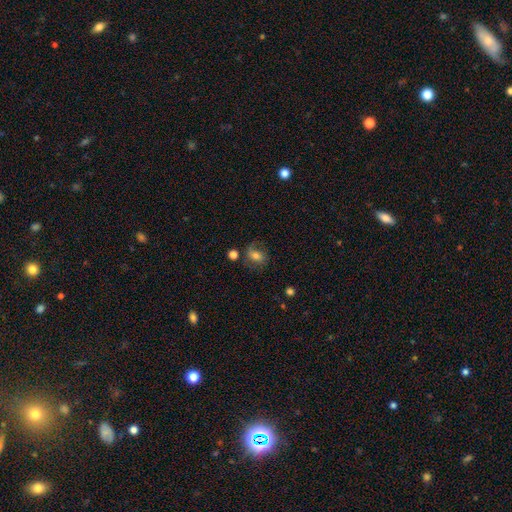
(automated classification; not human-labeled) smooth 56%, featured or disk 32%, star or artifact 12%. Down the decision tree: how rounded — in between (53%); merging — none (58%).